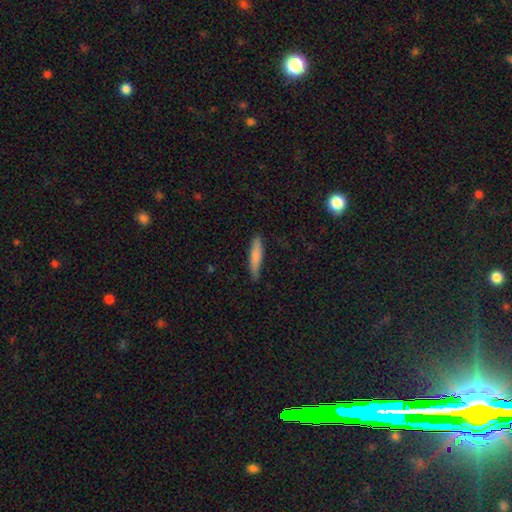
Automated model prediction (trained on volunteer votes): Overall: smooth (77%). How rounded: cigar-shaped (88%). Merging: none (83%).